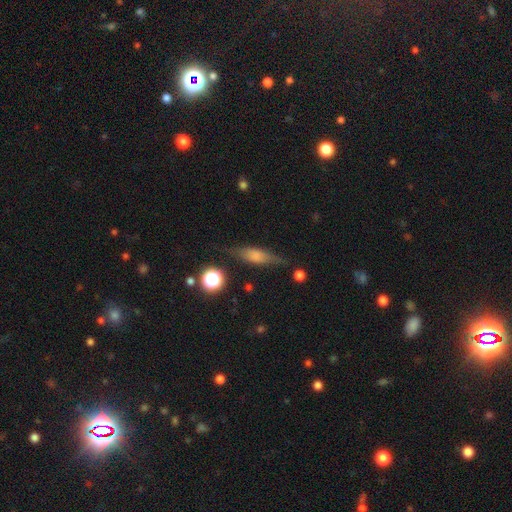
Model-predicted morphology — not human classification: This appears to be a smooth galaxy with no disk features (51%) that is cigar-shaped (56%). Merging: none (73%).